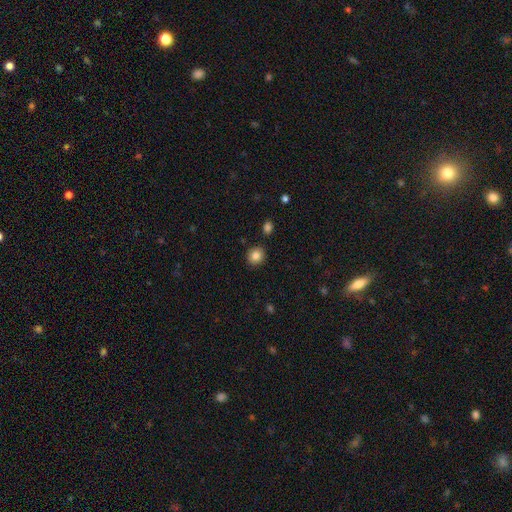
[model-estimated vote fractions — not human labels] Smooth or featured: smooth — 85% (star or artifact — 9%)
How rounded: round — 82% (in between — 17%)
Merging: none — 89% (minor disturbance — 7%)